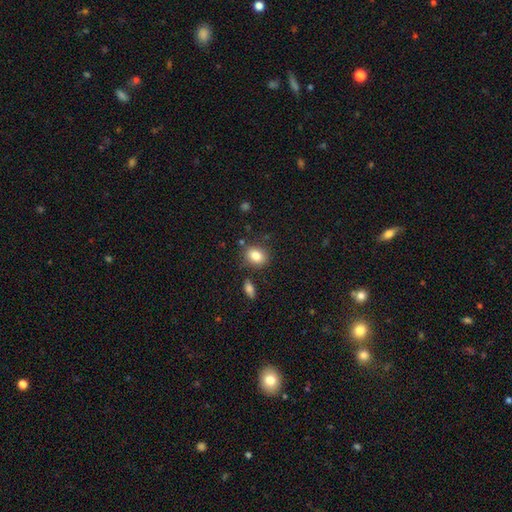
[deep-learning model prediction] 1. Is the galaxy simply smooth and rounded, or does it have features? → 83% smooth, 9% star or artifact, 8% featured or disk.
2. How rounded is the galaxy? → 54% in between, 45% round, 1% cigar-shaped.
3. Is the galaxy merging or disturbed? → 79% none, 12% minor disturbance, 6% merger, 3% major disturbance.